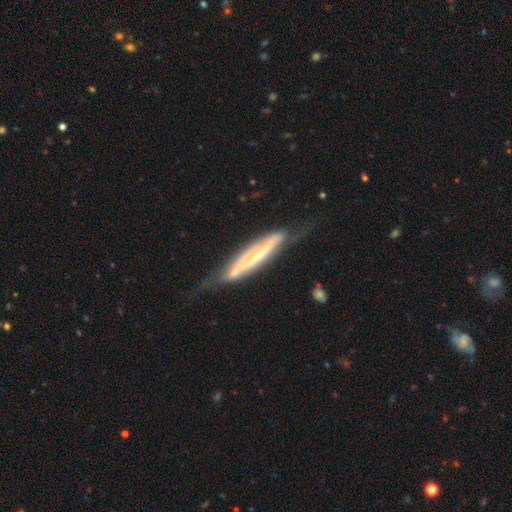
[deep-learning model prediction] Morphology: type=featured or disk (73%); edge-on=yes (62%); merging=none (53%).